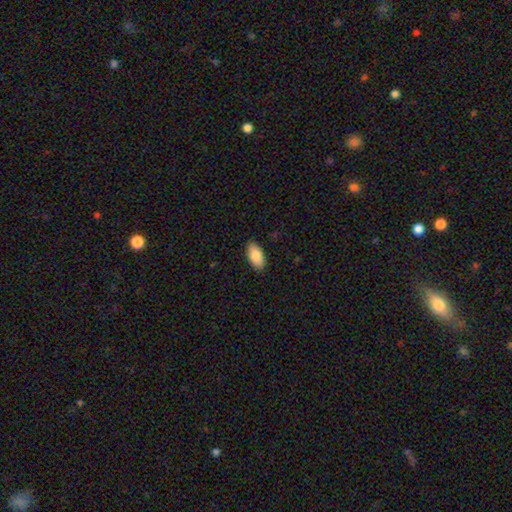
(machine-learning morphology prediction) Smooth or featured?
  - smooth: 87% *
  - featured or disk: 7%
  - star or artifact: 6%
How rounded?
  - in between: 94% *
  - cigar-shaped: 4%
  - round: 2%
Merging?
  - none: 88% *
  - minor disturbance: 9%
  - major disturbance: 2%
  - merger: 1%